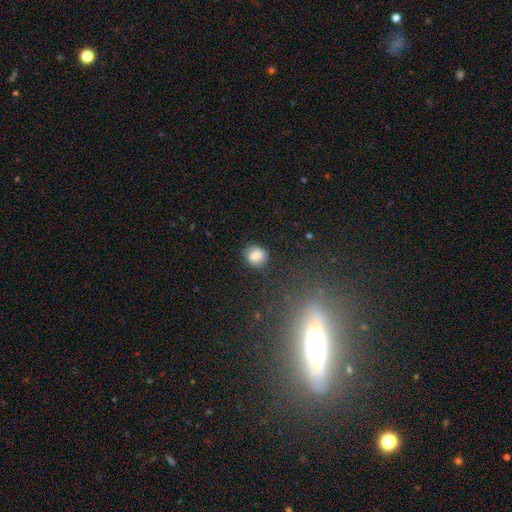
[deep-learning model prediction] Smooth or featured? Predicted: smooth (p=0.75). How rounded? Predicted: round (p=0.76). Merging? Predicted: none (p=0.80).